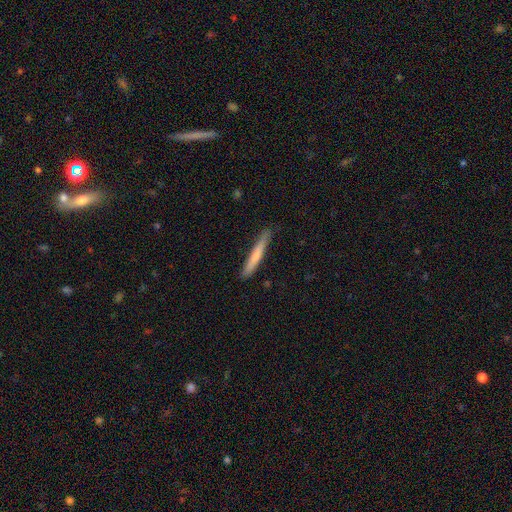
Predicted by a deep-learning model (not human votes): A smooth galaxy with no disk features (67%) that is cigar-shaped (96%). Merging: none (85%).